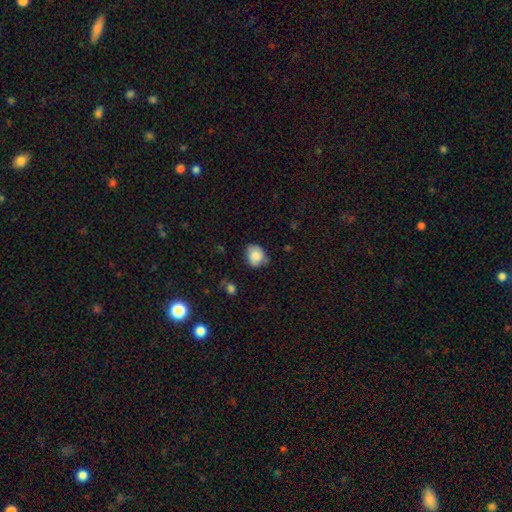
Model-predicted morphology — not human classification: Smooth or featured?
  - smooth: 81% *
  - featured or disk: 10%
  - star or artifact: 8%
How rounded?
  - round: 55% *
  - in between: 44%
  - cigar-shaped: 1%
Merging?
  - none: 64% *
  - minor disturbance: 27%
  - major disturbance: 6%
  - merger: 2%